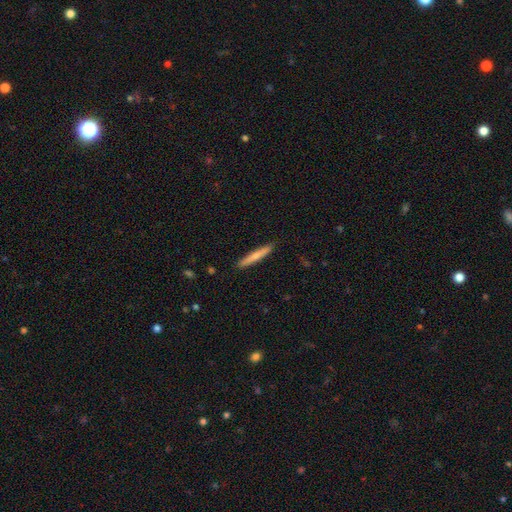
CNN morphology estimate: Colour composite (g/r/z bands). It shows a smooth galaxy with no disk features (62%) that is cigar-shaped (95%). Merging: none (90%).